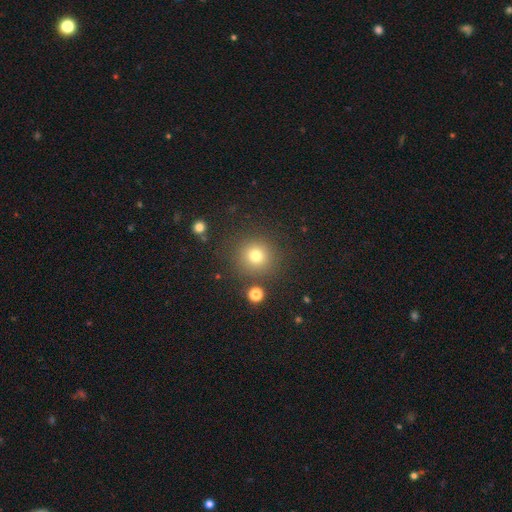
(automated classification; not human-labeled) Morphology: type=smooth (76%); roundness=round (94%); merging=none (86%).